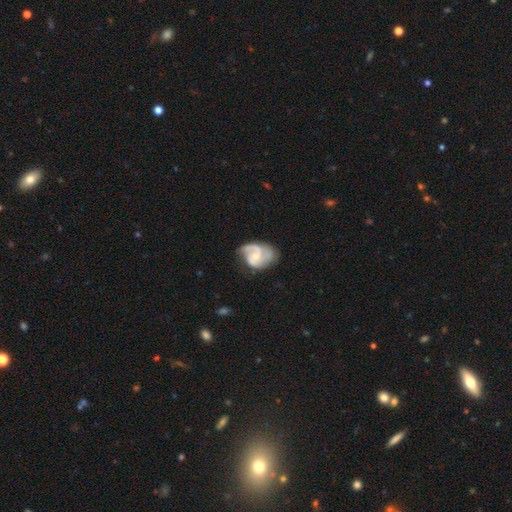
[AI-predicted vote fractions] The model was most divided on "bulge size": small: 53%, moderate: 40%, none: 4%, large: 2%, dominant: 1%. Remaining: edge-on disk — no (98%); spiral arms — yes (95%); smooth or featured — featured or disk (83%); spiral arm count — 2 (71%); bar — no (59%); merging — none (55%); spiral winding — medium (50%).